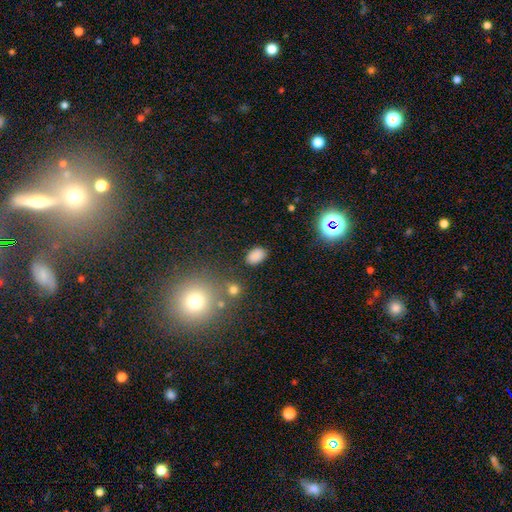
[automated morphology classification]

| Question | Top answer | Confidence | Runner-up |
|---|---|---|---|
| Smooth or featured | smooth | 82% | star or artifact (12%) |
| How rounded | in between | 86% | round (13%) |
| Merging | none | 82% | minor disturbance (12%) |